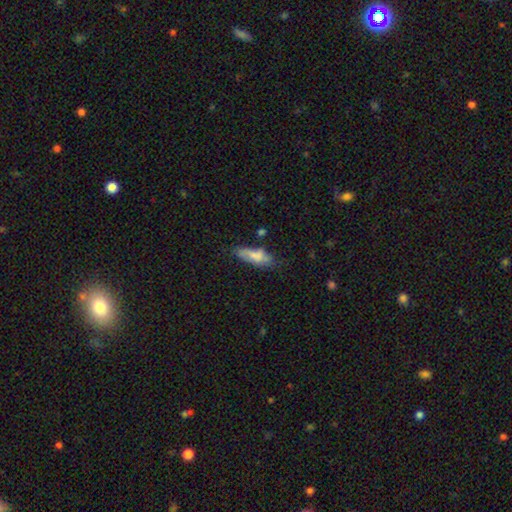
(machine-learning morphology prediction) A smooth galaxy with no disk features (70%) that is in between round and cigar-shaped (64%). Merging: none (49%).